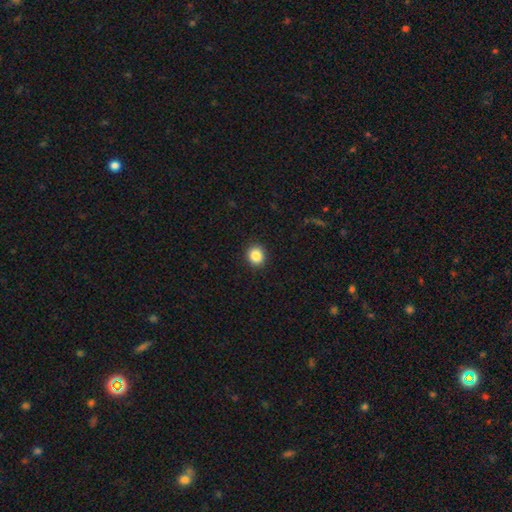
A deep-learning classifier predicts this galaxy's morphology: Smooth or featured: smooth — 86% (star or artifact — 10%)
How rounded: round — 85% (in between — 14%)
Merging: none — 92% (minor disturbance — 6%)